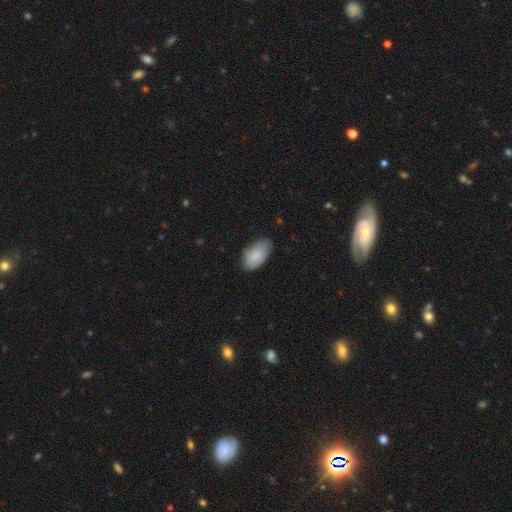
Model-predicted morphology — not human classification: Overall: smooth (83%). How rounded: in between (95%). Merging: none (71%).